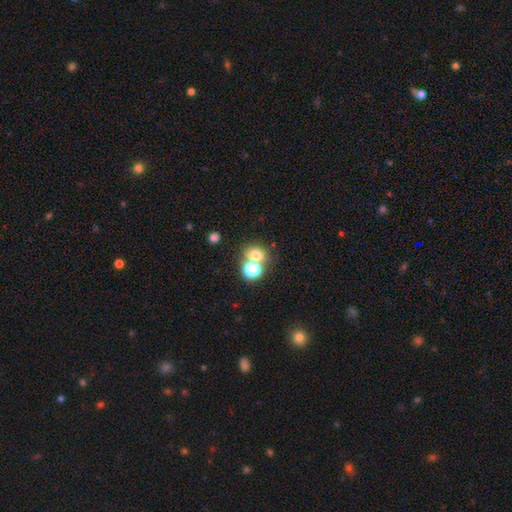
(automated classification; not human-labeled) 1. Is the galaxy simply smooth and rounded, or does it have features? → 70% smooth, 21% star or artifact, 9% featured or disk.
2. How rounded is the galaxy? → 70% round, 29% in between, 1% cigar-shaped.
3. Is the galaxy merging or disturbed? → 58% none, 30% merger, 8% minor disturbance, 4% major disturbance.